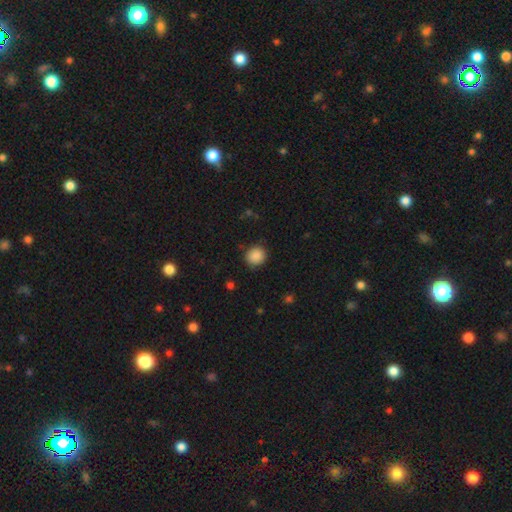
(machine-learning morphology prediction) type=smooth (88%); roundness=round (87%); merging=none (87%).